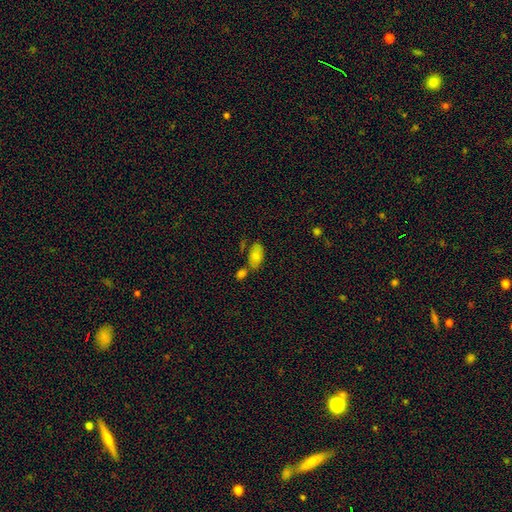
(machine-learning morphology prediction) A smooth galaxy with no disk features (82%) that is in between round and cigar-shaped (93%). Merging: none (50%).